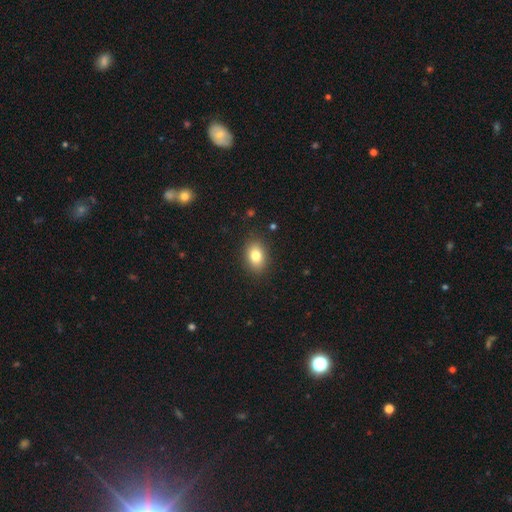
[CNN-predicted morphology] Smooth or featured: smooth — 81% (featured or disk — 10%)
How rounded: in between — 73% (round — 26%)
Merging: none — 88% (minor disturbance — 8%)